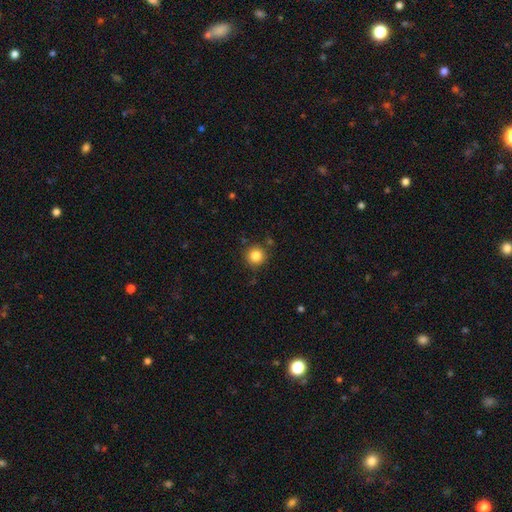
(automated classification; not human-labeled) Smooth or featured? smooth (84%)
How rounded? round (95%)
Merging? none (87%)